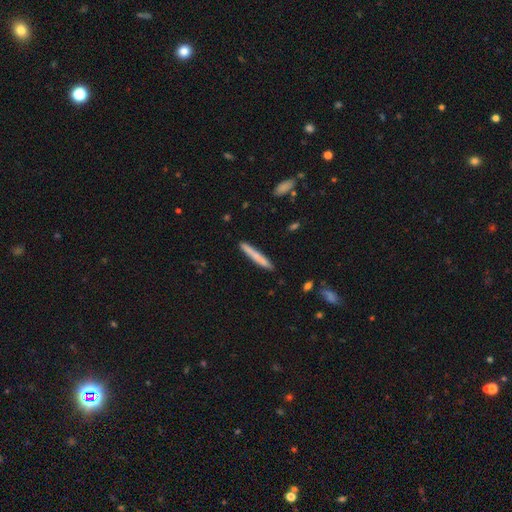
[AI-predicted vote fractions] Q: Smooth or featured?
A: smooth (67%); runner-up: featured or disk (27%)
Q: How rounded?
A: cigar-shaped (96%); runner-up: in between (3%)
Q: Merging?
A: none (89%); runner-up: minor disturbance (8%)